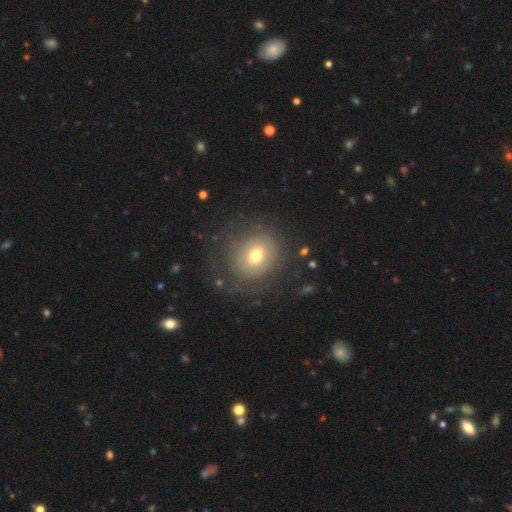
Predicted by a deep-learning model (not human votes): Smooth or featured? Predicted: smooth (p=0.47). Merging? Predicted: none (p=0.70).